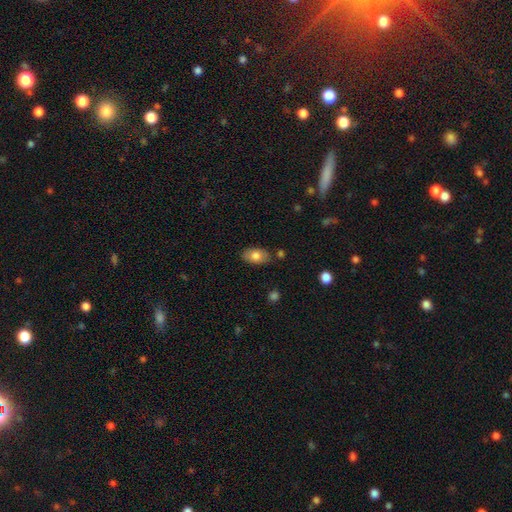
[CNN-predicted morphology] Smooth or featured?
  - smooth: 79% *
  - featured or disk: 14%
  - star or artifact: 7%
How rounded?
  - in between: 91% *
  - round: 7%
  - cigar-shaped: 2%
Merging?
  - none: 82% *
  - minor disturbance: 12%
  - merger: 3%
  - major disturbance: 3%